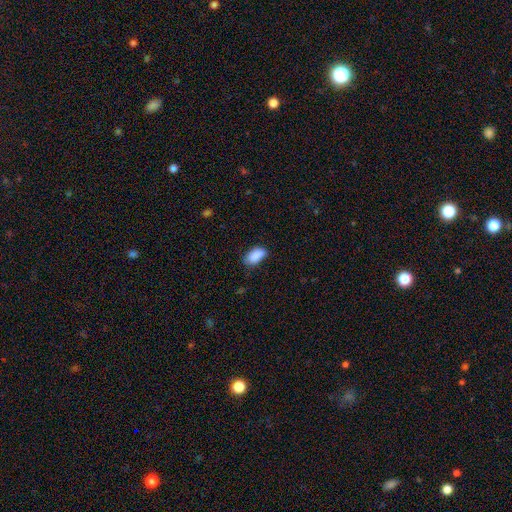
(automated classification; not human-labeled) Smooth or featured: smooth — 89% (star or artifact — 7%)
How rounded: in between — 93% (cigar-shaped — 4%)
Merging: none — 72% (minor disturbance — 23%)